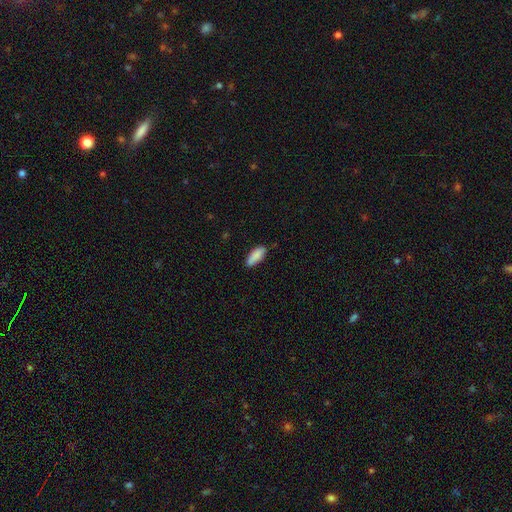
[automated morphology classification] Smooth or featured? Predicted: smooth (p=0.87). How rounded? Predicted: in between (p=0.76). Merging? Predicted: none (p=0.77).